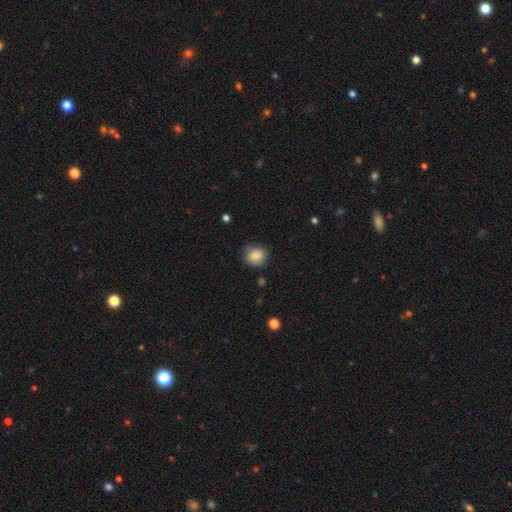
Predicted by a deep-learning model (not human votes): A smooth galaxy with no disk features (86%) that is round (82%).

Vote fractions:
- Smooth or featured? smooth: 86% / star or artifact: 8% / featured or disk: 6%
- How rounded? round: 82% / in between: 17% / cigar-shaped: 1%
- Merging? none: 79% / minor disturbance: 16% / major disturbance: 4% / merger: 1%